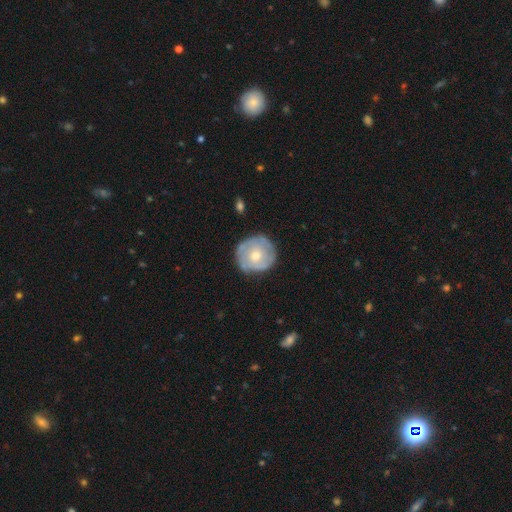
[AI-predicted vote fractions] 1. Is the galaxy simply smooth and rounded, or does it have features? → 53% featured or disk, 42% smooth, 5% star or artifact.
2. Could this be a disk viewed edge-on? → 97% no, 3% yes.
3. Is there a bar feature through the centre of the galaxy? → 82% no, 15% weak, 3% strong.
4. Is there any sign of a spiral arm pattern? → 50% no (tied), 50% yes (tied).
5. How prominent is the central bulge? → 64% moderate, 29% small, 5% large, 2% none, 1% dominant.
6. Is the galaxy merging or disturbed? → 75% none, 18% minor disturbance, 5% major disturbance, 2% merger.